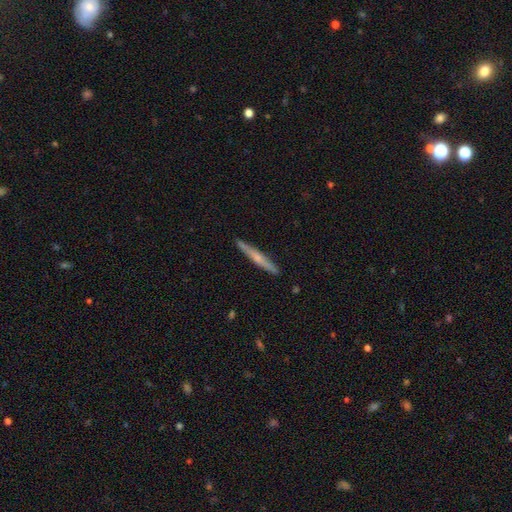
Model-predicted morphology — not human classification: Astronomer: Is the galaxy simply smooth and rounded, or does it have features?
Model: featured or disk — 60%.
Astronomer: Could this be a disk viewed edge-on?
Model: yes — 96%.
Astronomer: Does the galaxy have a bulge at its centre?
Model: rounded — 68%.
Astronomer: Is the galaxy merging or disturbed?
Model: none — 90%.